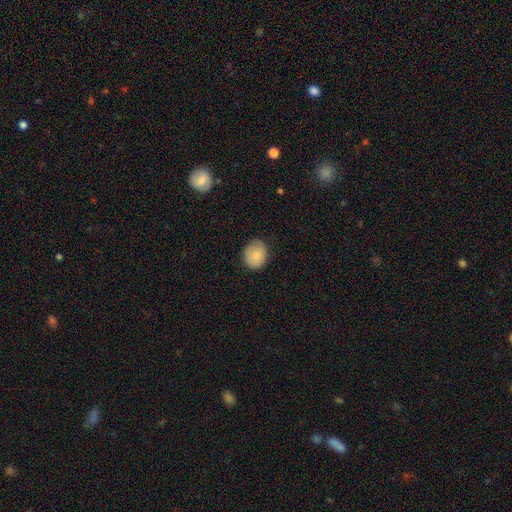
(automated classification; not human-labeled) smooth 80%, featured or disk 13%, star or artifact 7%. Down the decision tree: how rounded — round (56%); merging — none (80%).